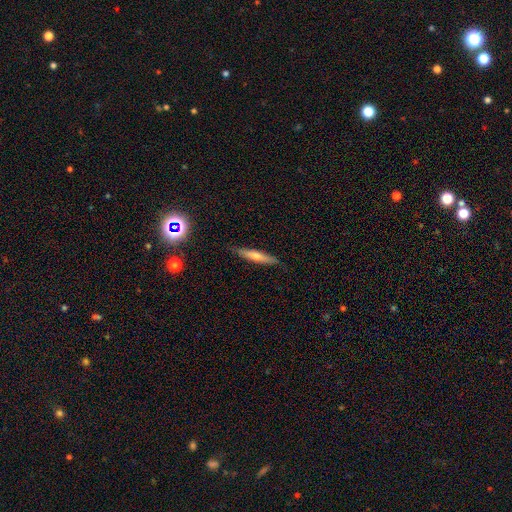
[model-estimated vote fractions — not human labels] Smooth or featured? featured or disk (44%, tied with smooth)
Merging? none (87%)